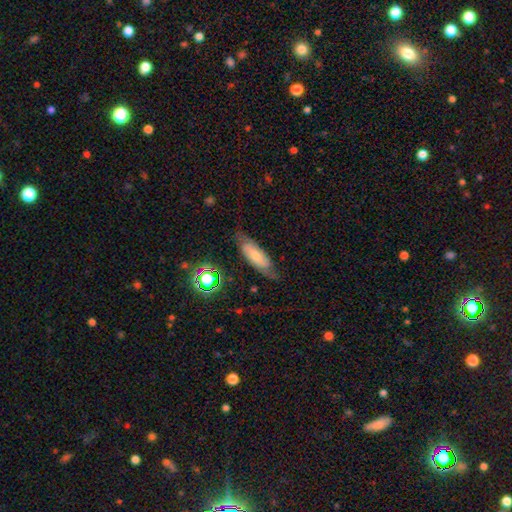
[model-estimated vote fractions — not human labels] Morphology: type=smooth (48%); merging=none (68%).